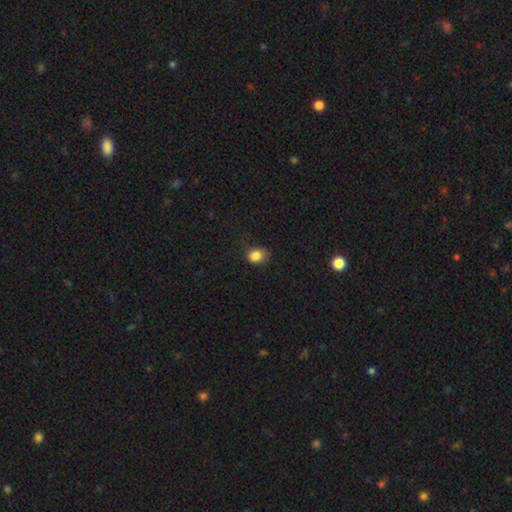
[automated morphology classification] Smooth or featured? Predicted: smooth (p=0.85). How rounded? Predicted: round (p=0.50). Merging? Predicted: none (p=0.63).